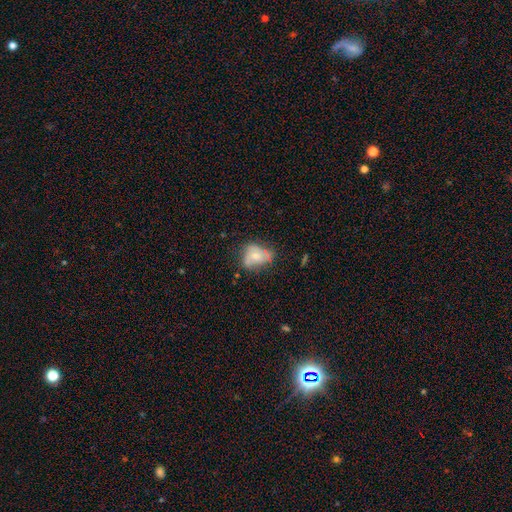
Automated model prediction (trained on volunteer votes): smooth 52%, featured or disk 38%, star or artifact 10%. Down the decision tree: how rounded — in between (67%); merging — none (39%).